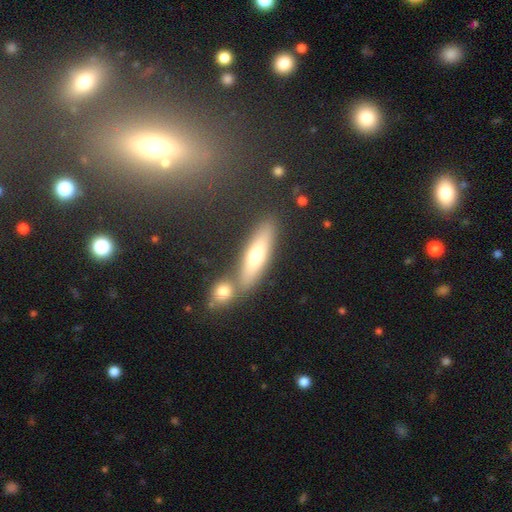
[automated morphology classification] Smooth or featured? smooth (61%)
How rounded? cigar-shaped (65%)
Merging? none (64%)